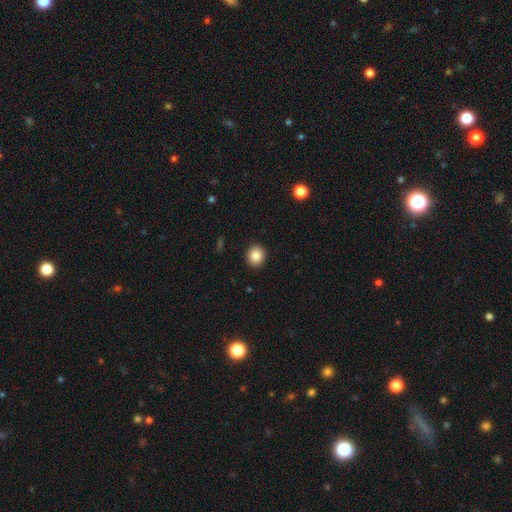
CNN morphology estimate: Smooth or featured? Predicted: smooth (p=0.86). How rounded? Predicted: round (p=0.81). Merging? Predicted: none (p=0.92).